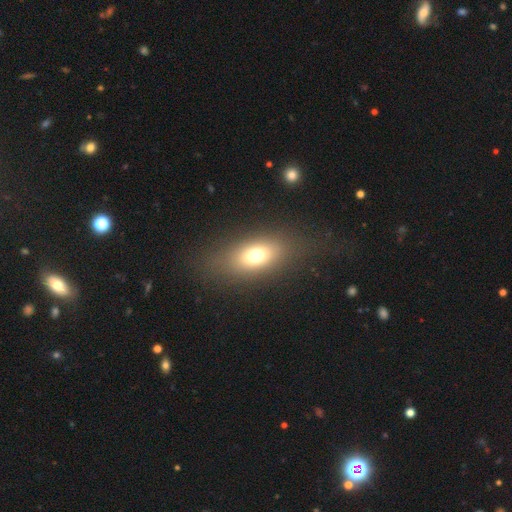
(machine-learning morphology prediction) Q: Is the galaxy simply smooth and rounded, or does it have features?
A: smooth — 69%.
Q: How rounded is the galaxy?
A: in between — 77%.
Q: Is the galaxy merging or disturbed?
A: none — 80%.